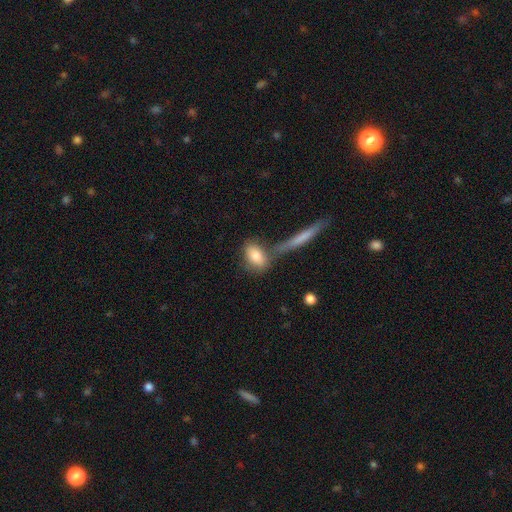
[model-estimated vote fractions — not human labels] This is clearly a smooth galaxy (80%). How rounded: likely in between (78%). Merging: possibly none (56%).